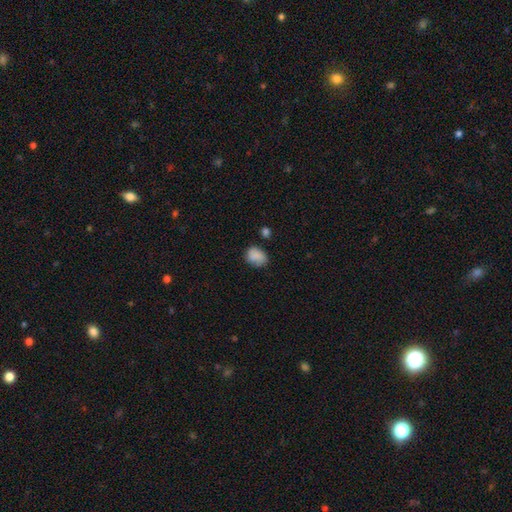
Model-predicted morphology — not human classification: smooth 83%, star or artifact 9%, featured or disk 8%. Down the decision tree: how rounded — in between (55%); merging — none (65%).